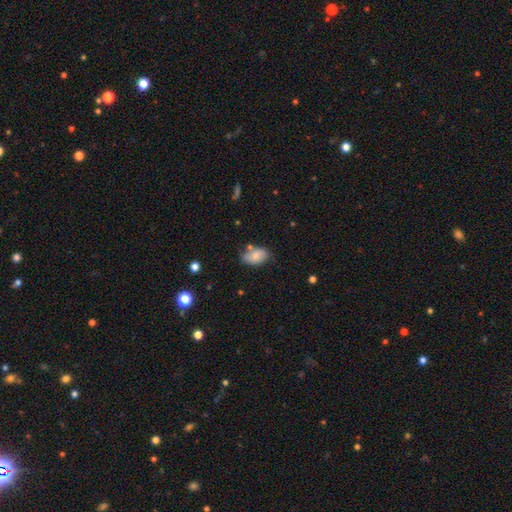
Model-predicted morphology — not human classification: This is likely a smooth galaxy (78%). How rounded: clearly in between (91%). Merging: possibly none (60%).